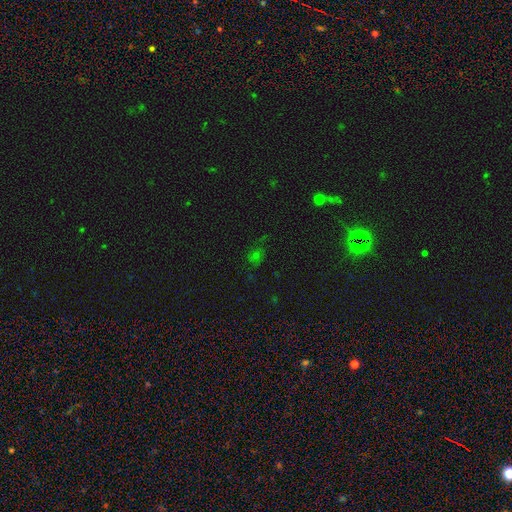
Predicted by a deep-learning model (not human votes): A star or artifact, not a galaxy (50%).